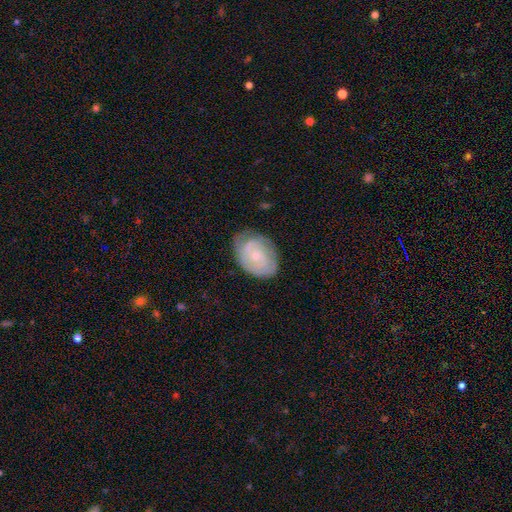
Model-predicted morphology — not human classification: This is possibly a featured or disk galaxy (59%). It is clearly not viewed edge-on (97%). Bar: likely no (75%). Spiral arm pattern: likely yes (80%). Central bulge: likely small (66%). Merging: likely none (64%).